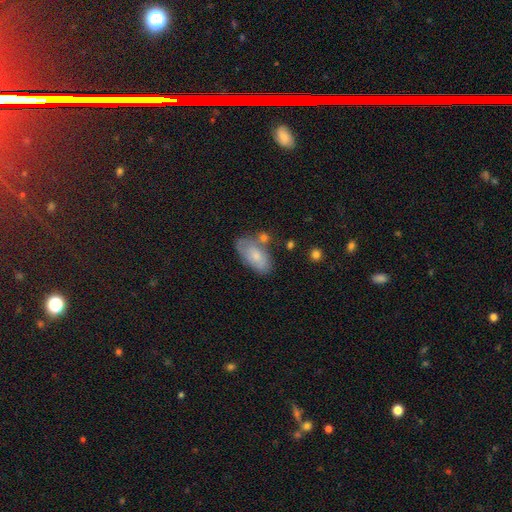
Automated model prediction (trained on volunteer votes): Q: Smooth or featured?
A: smooth (69%); runner-up: featured or disk (24%)
Q: How rounded?
A: in between (91%); runner-up: cigar-shaped (5%)
Q: Merging?
A: none (55%); runner-up: minor disturbance (25%)